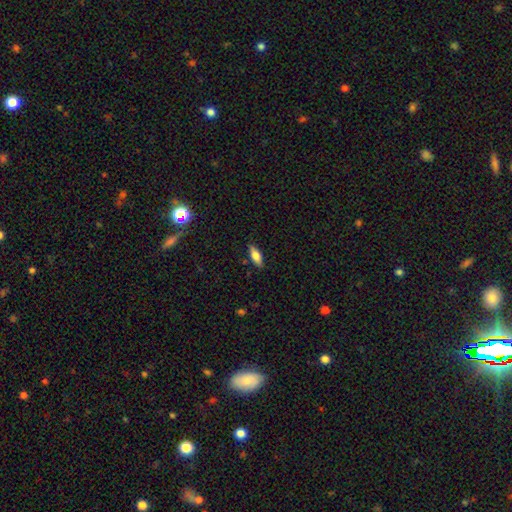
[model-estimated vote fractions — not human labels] This appears to be a smooth galaxy with no disk features (67%) that is in between round and cigar-shaped (67%). Merging: none (86%).